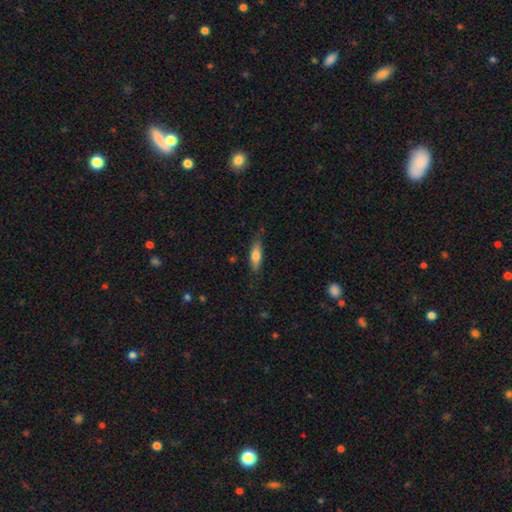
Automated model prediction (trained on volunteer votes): Overall: smooth (73%). How rounded: cigar-shaped (49%, tied with in between). Merging: none (75%).